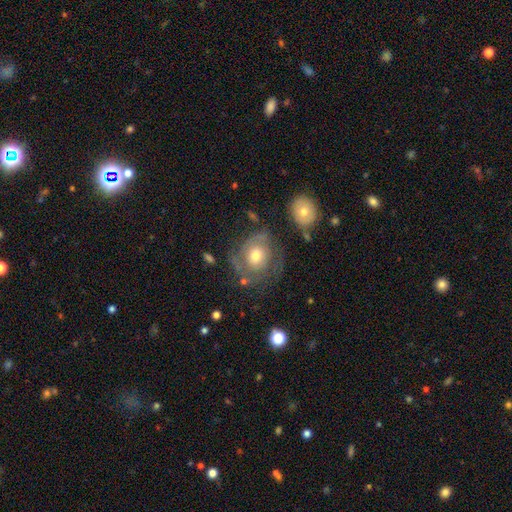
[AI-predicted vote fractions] Q: Smooth or featured?
A: featured or disk (61%); runner-up: smooth (31%)
Q: Edge-on disk?
A: no (96%); runner-up: yes (4%)
Q: Bar?
A: no (80%); runner-up: weak (17%)
Q: Spiral arms?
A: yes (73%); runner-up: no (27%)
Q: Bulge size?
A: moderate (64%); runner-up: small (23%)
Q: Merging?
A: none (55%); runner-up: minor disturbance (21%)